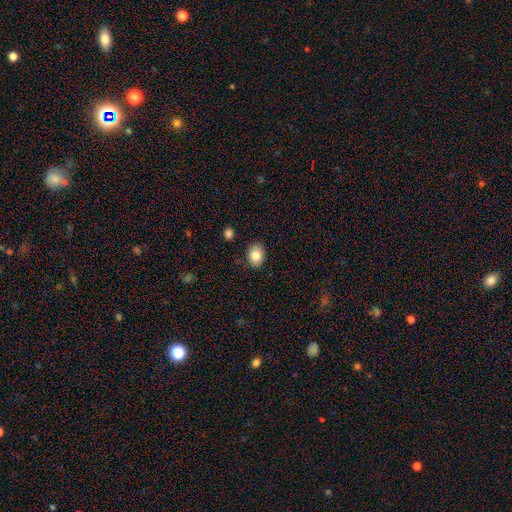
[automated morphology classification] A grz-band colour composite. It shows a smooth galaxy with no disk features (83%) that is in between round and cigar-shaped (60%). Merging: none (86%).